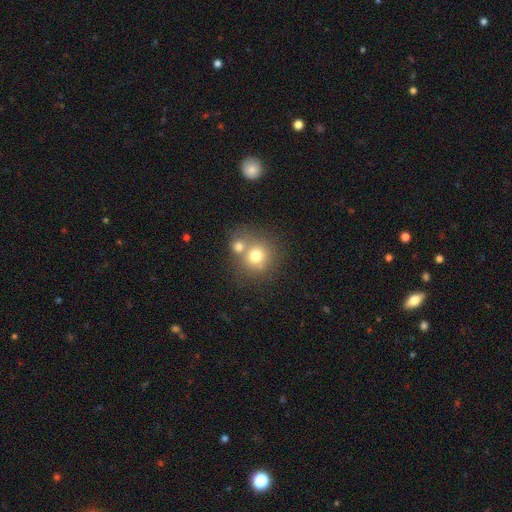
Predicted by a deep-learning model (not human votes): Morphology: type=smooth (73%); roundness=round (85%); merging=none (46%).